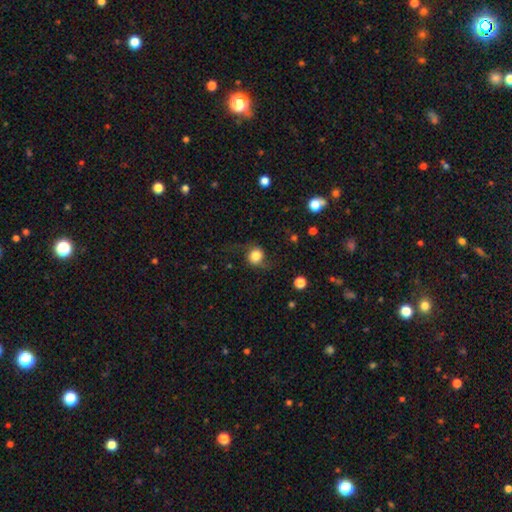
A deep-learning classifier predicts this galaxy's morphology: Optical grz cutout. It shows a smooth galaxy with no disk features (64%) that is round (83%). Merging: none (65%).